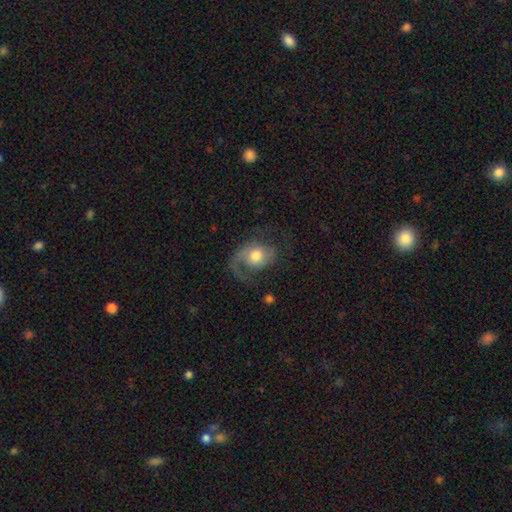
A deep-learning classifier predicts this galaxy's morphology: Overall: featured or disk (67%). Edge-on disk: no (97%). Bar: no (72%). Spiral arms: yes (89%). Spiral arm count: 1 (52%; 2 41%). Spiral winding: loose (48%; medium 38%). Bulge size: moderate (65%). Merging: none (48%; major disturbance 30%).